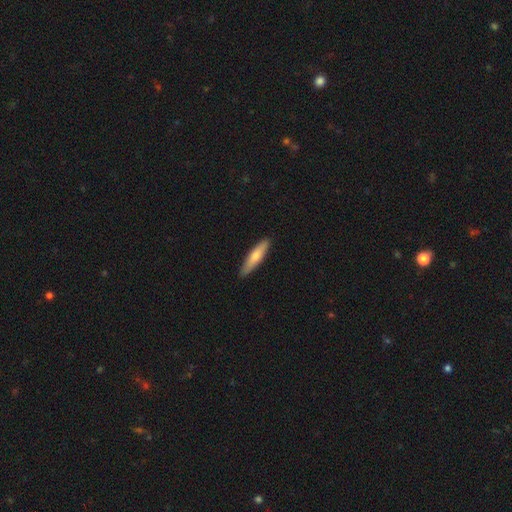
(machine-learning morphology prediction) A smooth galaxy with no disk features (70%) that is cigar-shaped (80%). Merging: none (88%).